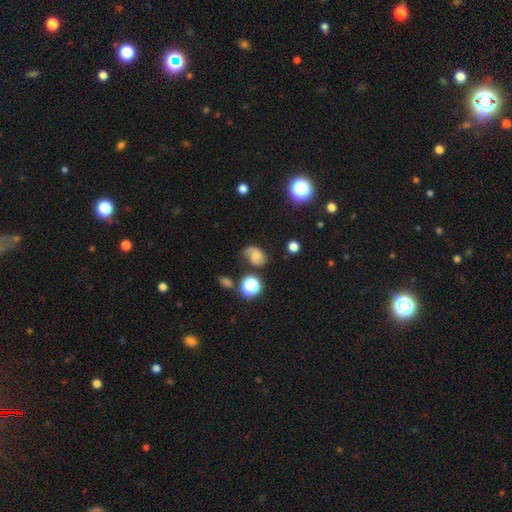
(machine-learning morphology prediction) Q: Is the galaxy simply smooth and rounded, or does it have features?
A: featured or disk — 49%.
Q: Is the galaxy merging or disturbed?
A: none — 52%.